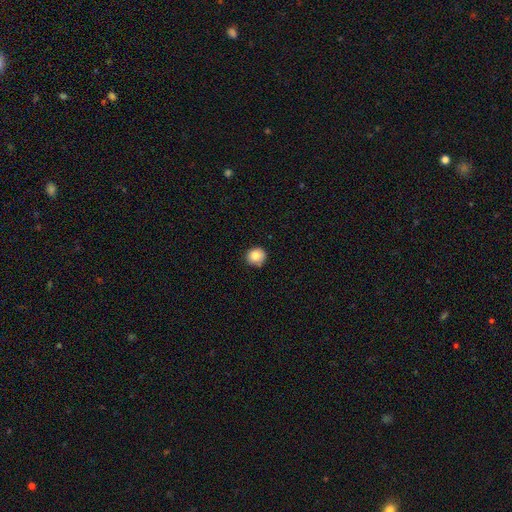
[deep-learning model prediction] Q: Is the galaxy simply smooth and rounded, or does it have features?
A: smooth — 85%.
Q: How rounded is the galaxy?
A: round — 88%.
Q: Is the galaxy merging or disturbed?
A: none — 79%.